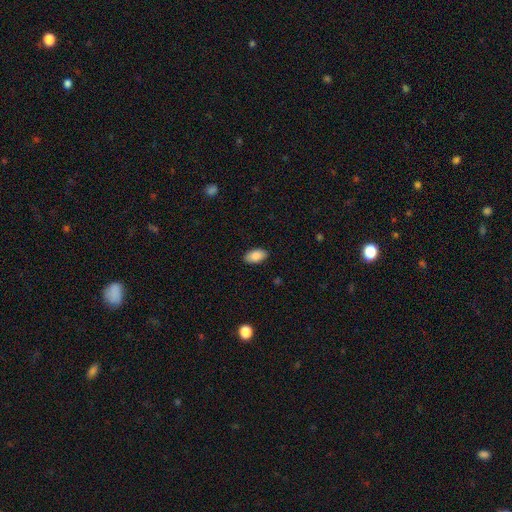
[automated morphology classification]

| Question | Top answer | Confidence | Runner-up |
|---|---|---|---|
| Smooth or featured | smooth | 88% | star or artifact (7%) |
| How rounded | in between | 95% | round (3%) |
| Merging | none | 88% | minor disturbance (9%) |